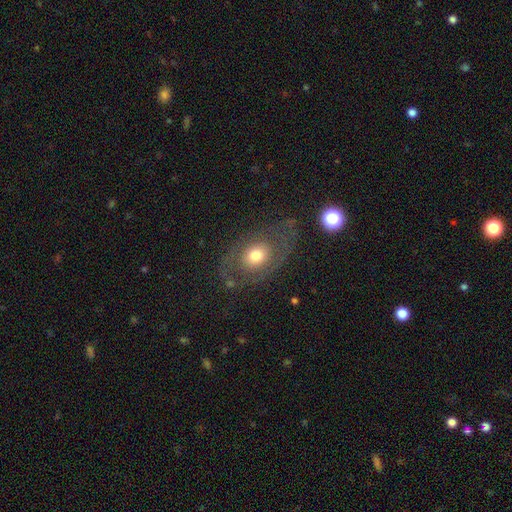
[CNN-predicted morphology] Smooth or featured? Predicted: featured or disk (p=0.50). Merging? Predicted: none (p=0.69).